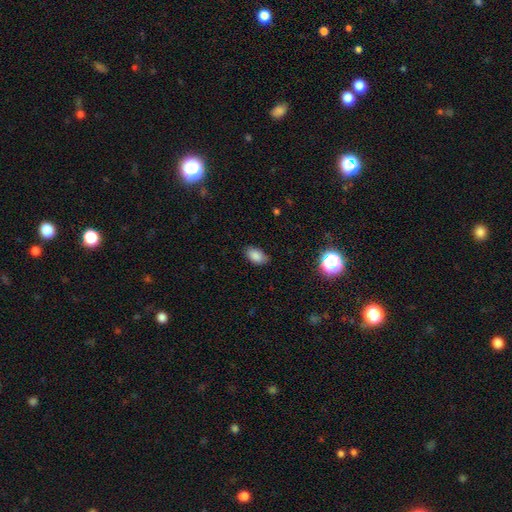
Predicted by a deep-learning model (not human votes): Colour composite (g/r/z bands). It shows a smooth galaxy with no disk features (85%) that is in between round and cigar-shaped (92%). Merging: none (80%).